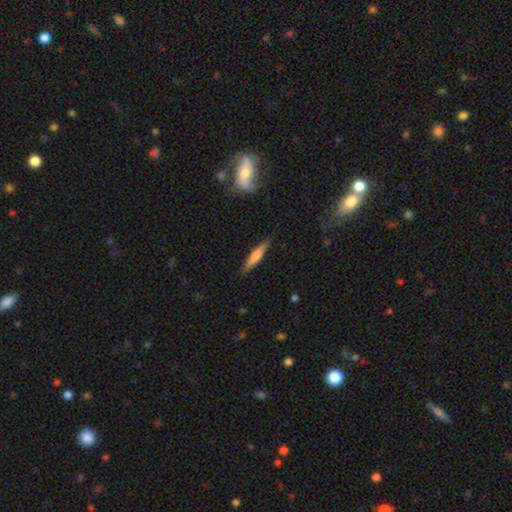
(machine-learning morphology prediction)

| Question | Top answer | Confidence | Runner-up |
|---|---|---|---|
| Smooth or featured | smooth | 51% | featured or disk (43%) |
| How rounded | cigar-shaped | 87% | in between (11%) |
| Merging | none | 89% | minor disturbance (8%) |